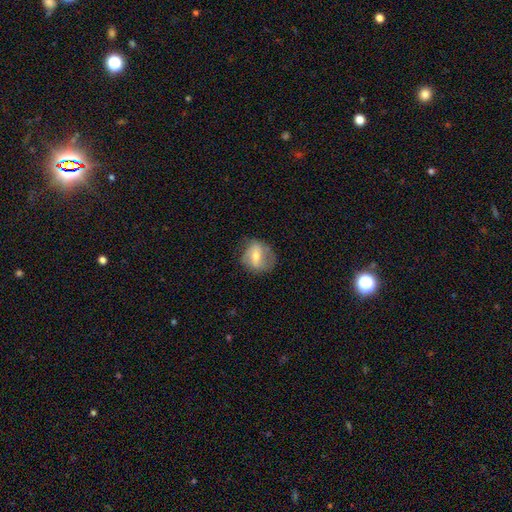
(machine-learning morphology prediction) featured or disk 49%, smooth 43%, star or artifact 7%. Down the decision tree: merging — none (61%).